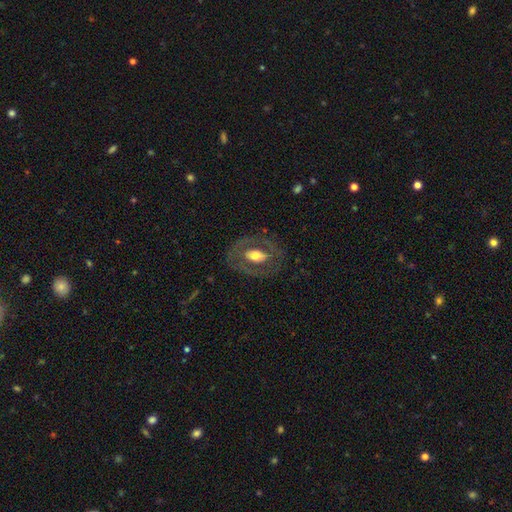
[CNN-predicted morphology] smooth_or_featured: featured or disk (p=0.54) [alt: smooth p=0.39]
disk_edge_on: no (p=0.92) [alt: yes p=0.08]
merging: none (p=0.76) [alt: minor disturbance p=0.13]